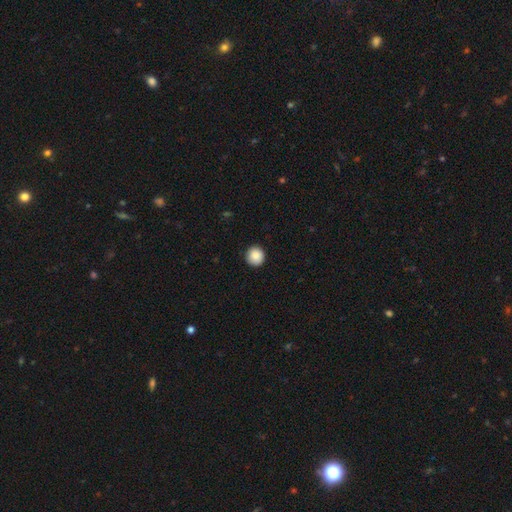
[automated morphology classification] A smooth galaxy with no disk features (88%) that is round (94%). Merging: none (91%).